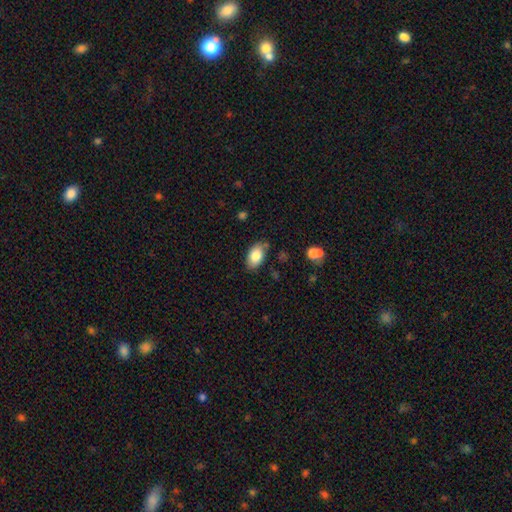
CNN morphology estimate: Smooth or featured?
  - smooth: 83% *
  - featured or disk: 10%
  - star or artifact: 7%
How rounded?
  - in between: 92% *
  - round: 6%
  - cigar-shaped: 2%
Merging?
  - none: 78% *
  - minor disturbance: 16%
  - major disturbance: 3%
  - merger: 3%